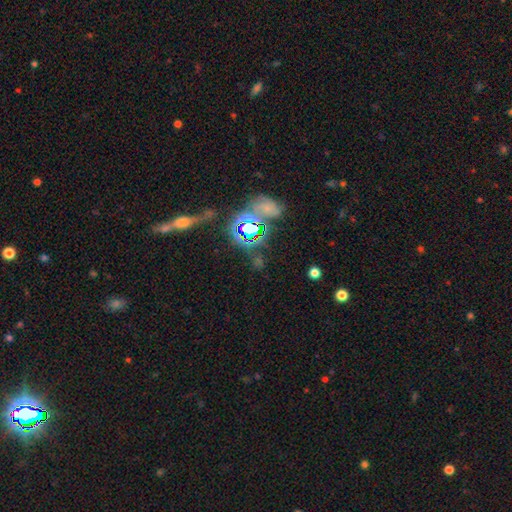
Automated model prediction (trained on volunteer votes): A star or artifact, not a galaxy (65%).